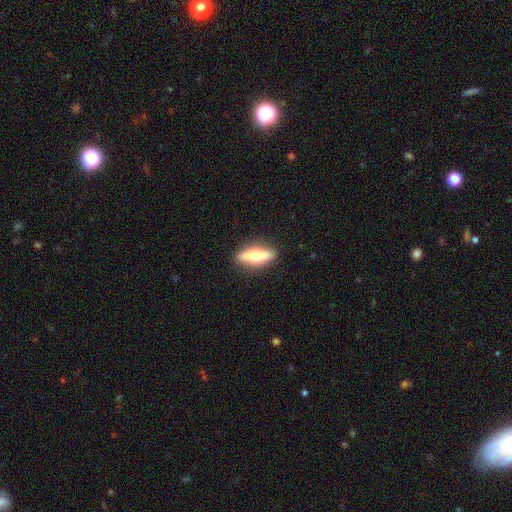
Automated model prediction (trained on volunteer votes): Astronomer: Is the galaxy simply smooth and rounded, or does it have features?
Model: featured or disk — 55% (runner-up: smooth, 39%).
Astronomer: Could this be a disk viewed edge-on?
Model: yes — 90%.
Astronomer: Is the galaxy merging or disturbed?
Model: none — 89%.